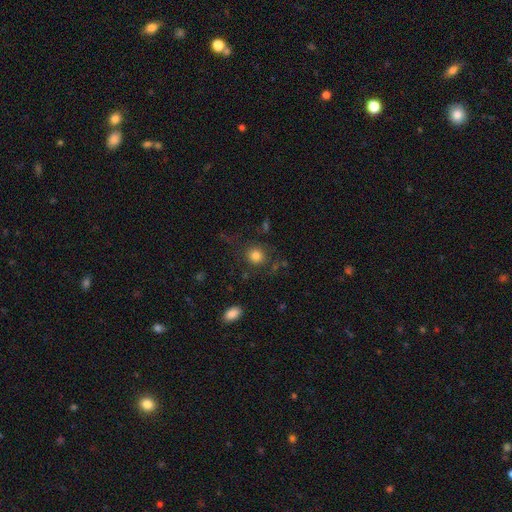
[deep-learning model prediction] smooth-or-featured: smooth: 81% | star or artifact: 11% | featured or disk: 8%
  how-rounded: round: 85% | in between: 14% | cigar-shaped: 1%
  merging: none: 79% | minor disturbance: 11% | major disturbance: 7% | merger: 3%